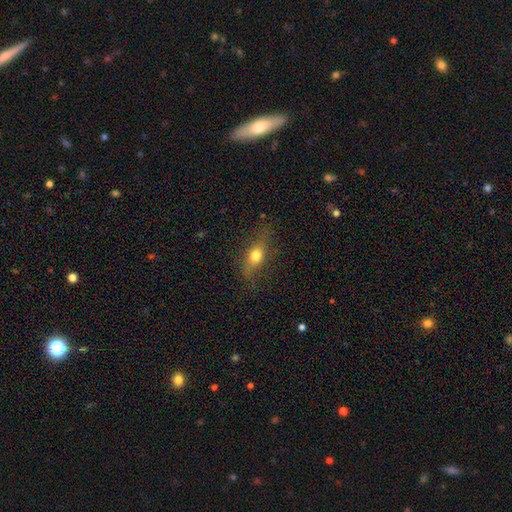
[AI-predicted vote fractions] Smooth or featured: smooth — 66% (featured or disk — 23%)
How rounded: in between — 62% (cigar-shaped — 21%)
Merging: none — 71% (minor disturbance — 19%)